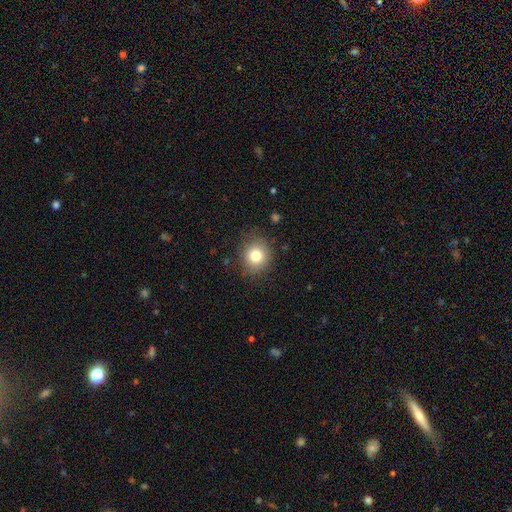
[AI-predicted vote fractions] This is likely a smooth galaxy (79%). How rounded: clearly round (81%). Merging: clearly none (84%).